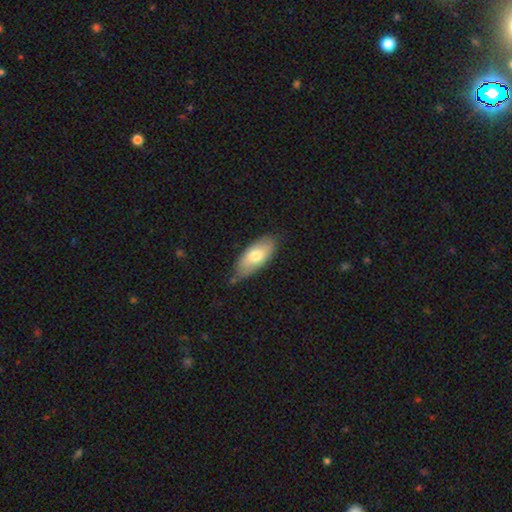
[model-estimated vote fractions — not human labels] smooth_or_featured: smooth (p=0.72) [alt: featured or disk p=0.22]
how_rounded: in between (p=0.86) [alt: cigar-shaped p=0.12]
merging: none (p=0.71) [alt: minor disturbance p=0.22]